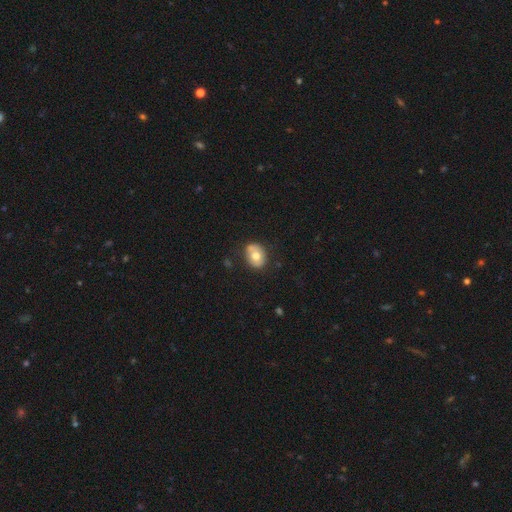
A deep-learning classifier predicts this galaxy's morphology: Smooth or featured: smooth — 65% (featured or disk — 27%)
How rounded: in between — 61% (round — 38%)
Merging: none — 75% (minor disturbance — 18%)